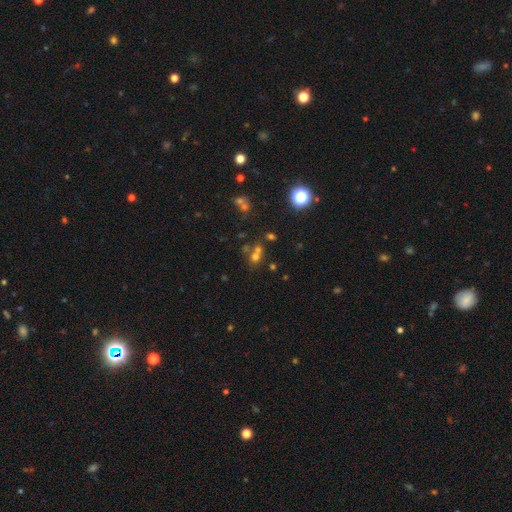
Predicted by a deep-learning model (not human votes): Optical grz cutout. It shows a smooth galaxy with no disk features (54%) that is round (78%). Merging: none (46%).